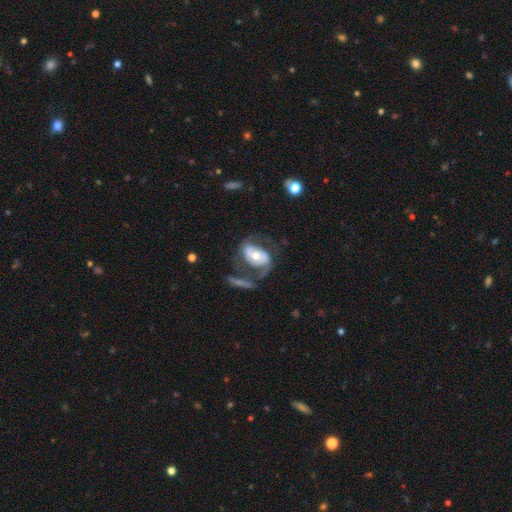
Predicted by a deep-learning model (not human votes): Smooth or featured? Predicted: featured or disk (p=0.75). Edge-on disk? Predicted: no (p=0.96). Bar? Predicted: no (p=0.51). Spiral arms? Predicted: yes (p=0.83). Spiral winding? Predicted: medium (p=0.43). Spiral arm count? Predicted: 2 (p=0.80). Bulge size? Predicted: moderate (p=0.65). Merging? Predicted: none (p=0.43).